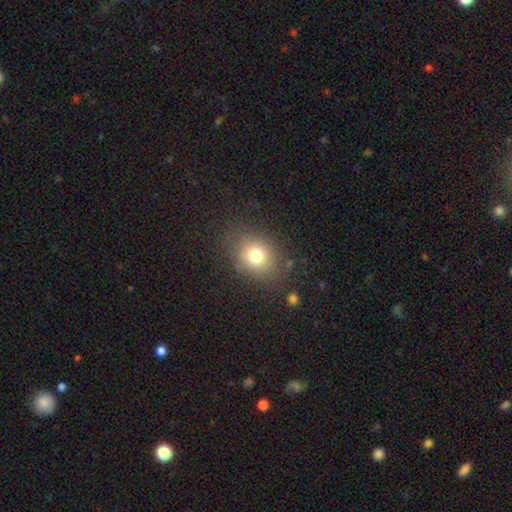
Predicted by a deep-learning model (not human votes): smooth 75%, star or artifact 14%, featured or disk 11%. Down the decision tree: how rounded — round (59%); merging — none (79%).